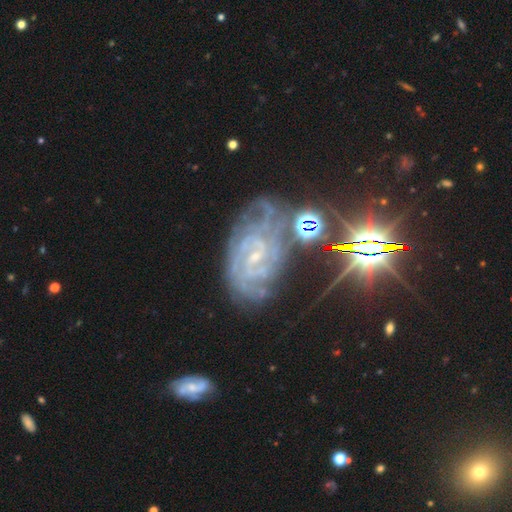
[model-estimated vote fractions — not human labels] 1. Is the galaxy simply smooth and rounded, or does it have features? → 82% featured or disk, 13% star or artifact, 6% smooth.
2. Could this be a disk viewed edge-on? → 96% no, 4% yes.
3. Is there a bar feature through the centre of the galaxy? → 47% weak, 34% no, 19% strong.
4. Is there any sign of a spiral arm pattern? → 96% yes, 4% no.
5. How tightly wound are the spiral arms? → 69% tight, 26% medium, 5% loose.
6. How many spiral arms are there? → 31% can't tell, 25% 2, 17% 3, 13% 4, 8% more than 4, 6% 1.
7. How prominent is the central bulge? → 79% small, 13% moderate, 6% none, 1% large, 1% dominant.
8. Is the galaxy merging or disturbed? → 63% none, 22% minor disturbance, 10% major disturbance, 4% merger.